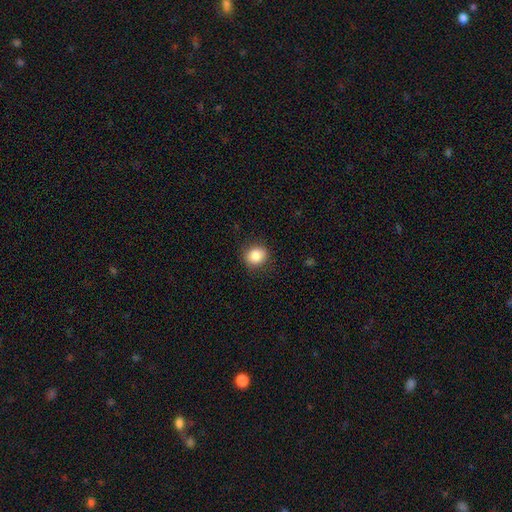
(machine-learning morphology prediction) Smooth or featured? smooth (86%)
How rounded? round (80%)
Merging? none (87%)